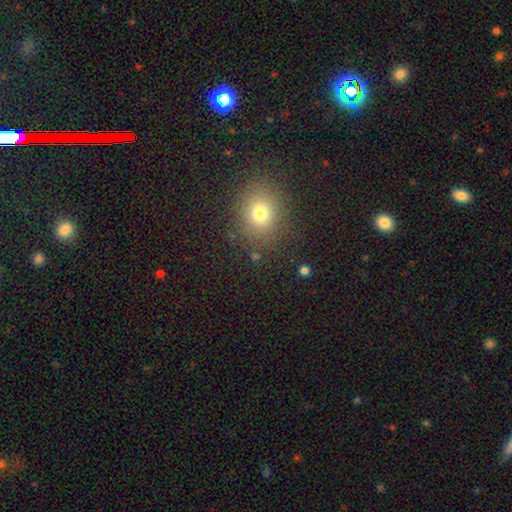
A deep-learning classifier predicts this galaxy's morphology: A smooth galaxy with no disk features (69%) that is round (68%). Merging: none (86%).